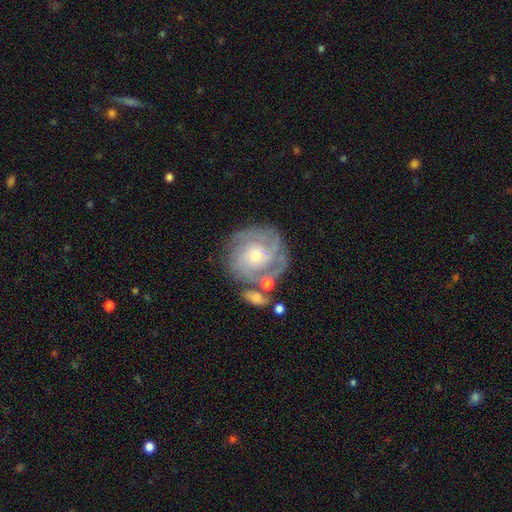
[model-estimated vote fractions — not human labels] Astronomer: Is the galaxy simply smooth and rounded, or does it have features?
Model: featured or disk — 76%.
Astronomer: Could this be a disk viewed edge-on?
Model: no — 97%.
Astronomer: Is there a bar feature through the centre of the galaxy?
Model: no — 79%.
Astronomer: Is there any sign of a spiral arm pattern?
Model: yes — 88%.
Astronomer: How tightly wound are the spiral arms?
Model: tight — 71%.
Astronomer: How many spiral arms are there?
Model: can't tell — 41% (runner-up: 3, 20%).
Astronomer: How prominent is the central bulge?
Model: small — 59% (runner-up: moderate, 36%).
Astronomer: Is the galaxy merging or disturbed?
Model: none — 65%.